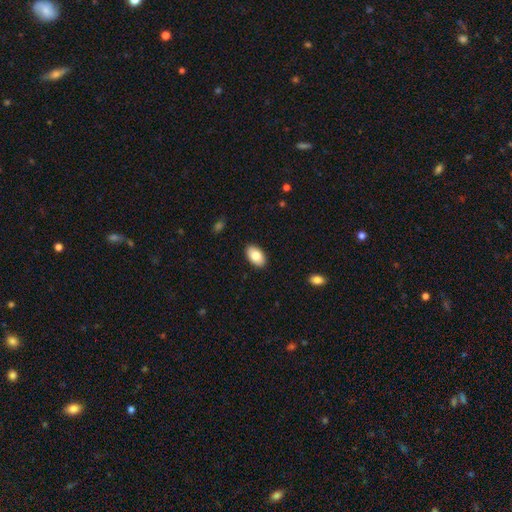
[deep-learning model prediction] Morphology: type=smooth (82%); roundness=in between (94%); merging=none (89%).